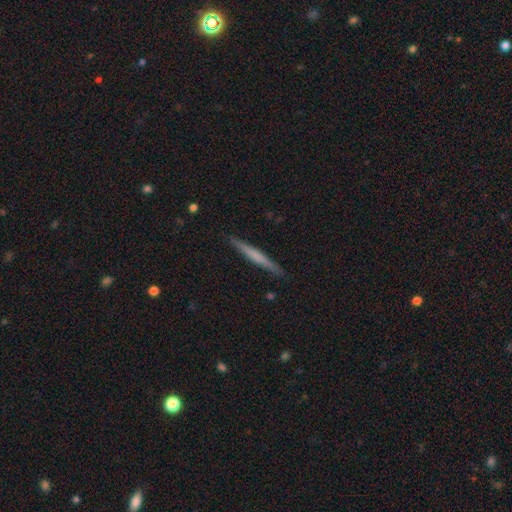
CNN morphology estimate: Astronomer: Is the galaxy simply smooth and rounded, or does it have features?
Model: smooth — 48% (runner-up: featured or disk, 46%).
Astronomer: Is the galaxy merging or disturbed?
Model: none — 90%.